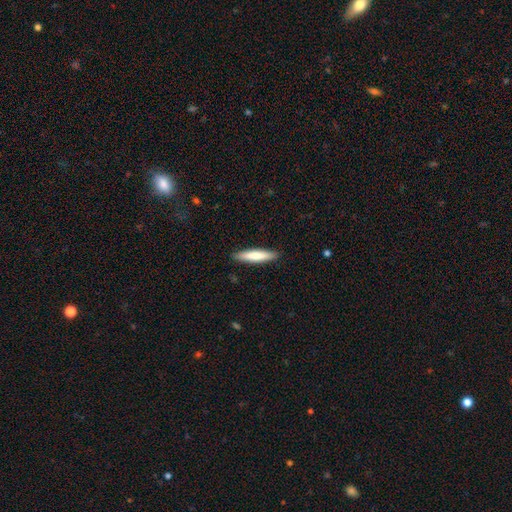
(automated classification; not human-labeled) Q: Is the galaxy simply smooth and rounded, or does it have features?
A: smooth — 73%.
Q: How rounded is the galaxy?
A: cigar-shaped — 85%.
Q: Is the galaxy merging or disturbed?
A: none — 90%.